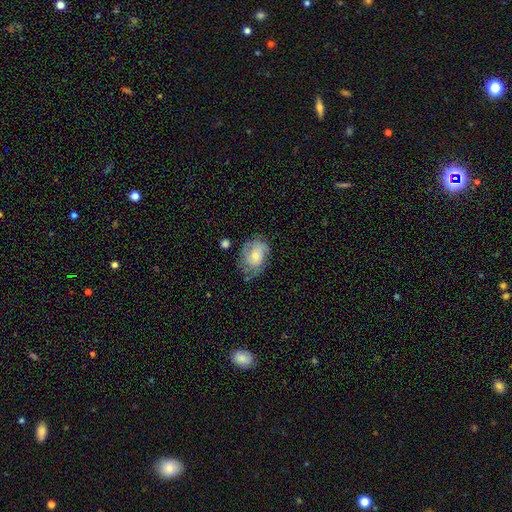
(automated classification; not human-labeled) Smooth or featured: featured or disk — 61% (smooth — 31%)
Edge-on disk: no — 97% (yes — 3%)
Bar: no — 73% (weak — 23%)
Spiral arms: yes — 85% (no — 15%)
Spiral winding: tight — 50% (medium — 36%)
Spiral arm count: can't tell — 39% (2 — 23%)
Bulge size: moderate — 47% (small — 38%)
Merging: none — 58% (minor disturbance — 27%)